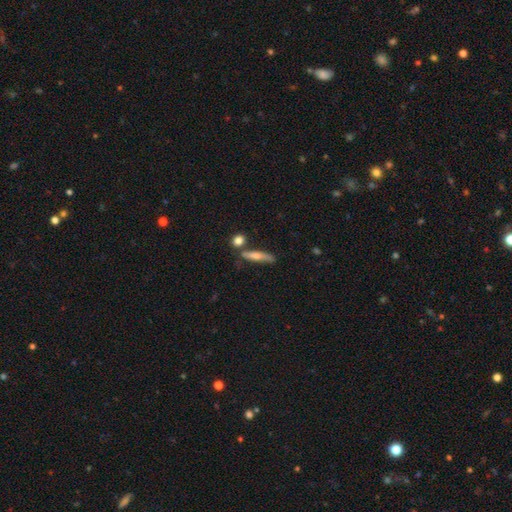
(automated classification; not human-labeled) smooth-or-featured: smooth: 64% | featured or disk: 29% | star or artifact: 7%
  how-rounded: cigar-shaped: 80% | in between: 16% | round: 3%
  merging: none: 65% | minor disturbance: 17% | merger: 13% | major disturbance: 5%